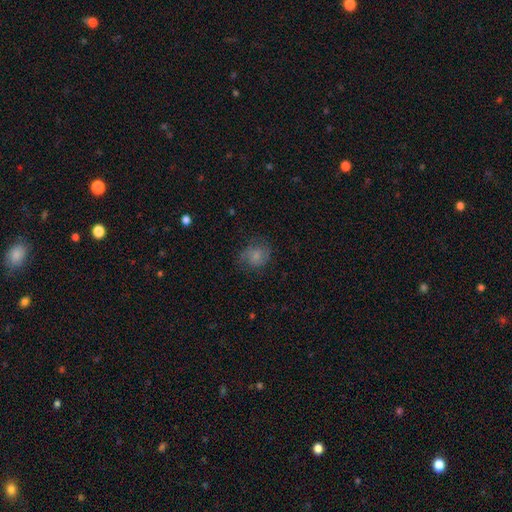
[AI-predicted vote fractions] smooth_or_featured: smooth (p=0.64) [alt: featured or disk p=0.26]
how_rounded: round (p=0.64) [alt: in between p=0.35]
merging: none (p=0.64) [alt: minor disturbance p=0.23]